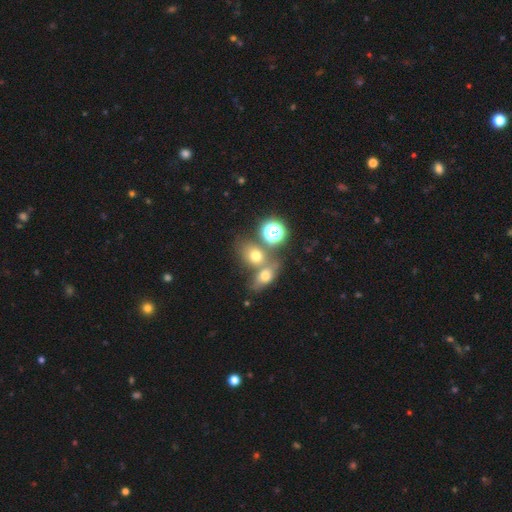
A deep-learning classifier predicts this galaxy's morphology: Smooth or featured: smooth — 65% (star or artifact — 20%)
How rounded: round — 50% (in between — 49%)
Merging: merger — 43% (none — 42%)